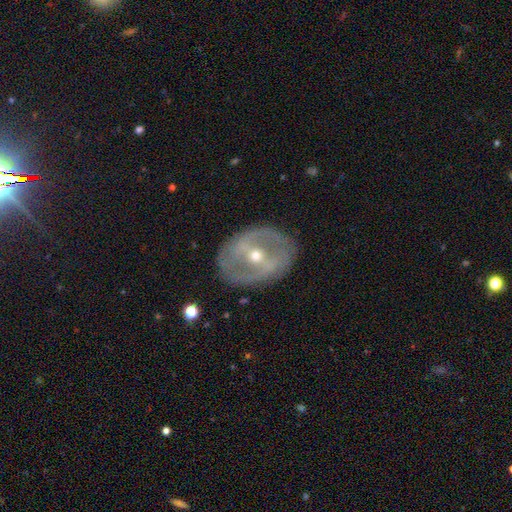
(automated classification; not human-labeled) Smooth or featured?
  - featured or disk: 80% *
  - smooth: 14%
  - star or artifact: 6%
Edge-on disk?
  - no: 93% *
  - yes: 7%
Bar?
  - strong: 48% *
  - weak: 32%
  - no: 20%
Spiral arms?
  - yes: 60% *
  - no: 40%
Bulge size?
  - small: 53% *
  - moderate: 44%
  - large: 1%
  - none: 1%
  - dominant: 1%
Merging?
  - none: 81% *
  - minor disturbance: 12%
  - major disturbance: 5%
  - merger: 1%